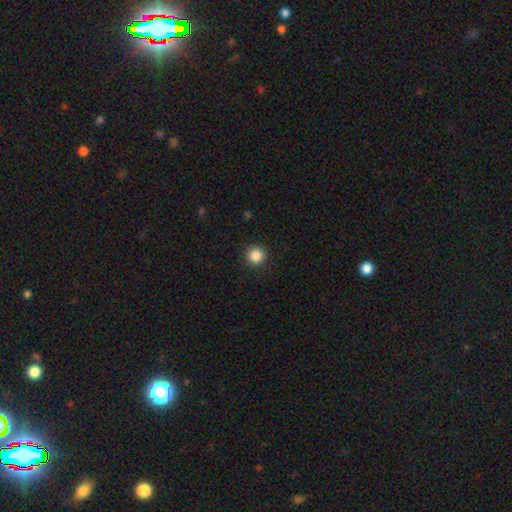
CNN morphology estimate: Smooth or featured?
  - smooth: 86% *
  - star or artifact: 11%
  - featured or disk: 4%
How rounded?
  - round: 95% *
  - in between: 4%
  - cigar-shaped: 1%
Merging?
  - none: 92% *
  - minor disturbance: 5%
  - major disturbance: 2%
  - merger: 1%